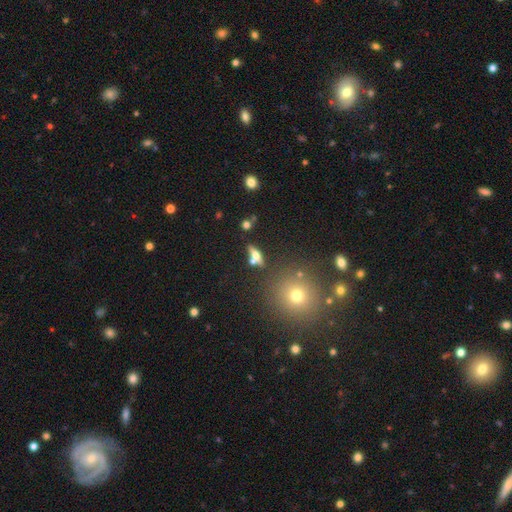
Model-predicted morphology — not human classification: type=smooth (43%, tied with featured or disk); merging=none (65%).